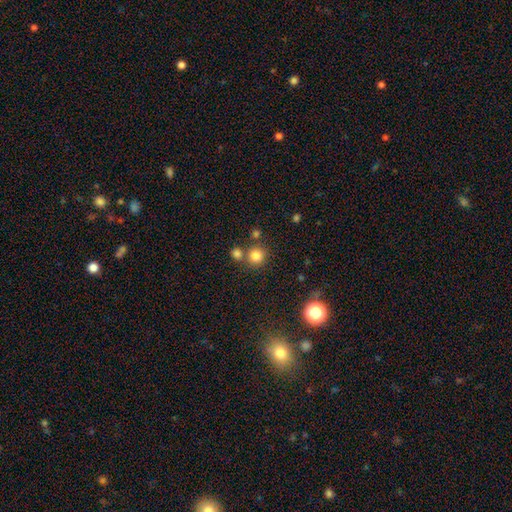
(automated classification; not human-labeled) Smooth or featured? Predicted: smooth (p=0.80). How rounded? Predicted: round (p=0.92). Merging? Predicted: none (p=0.72).